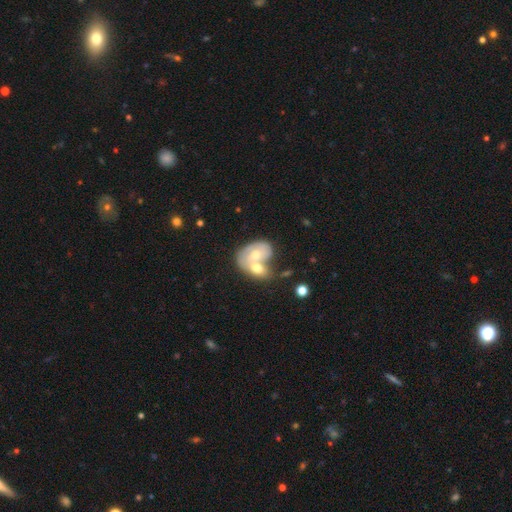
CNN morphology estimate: Smooth or featured? featured or disk (48%)
Merging? merger (73%)